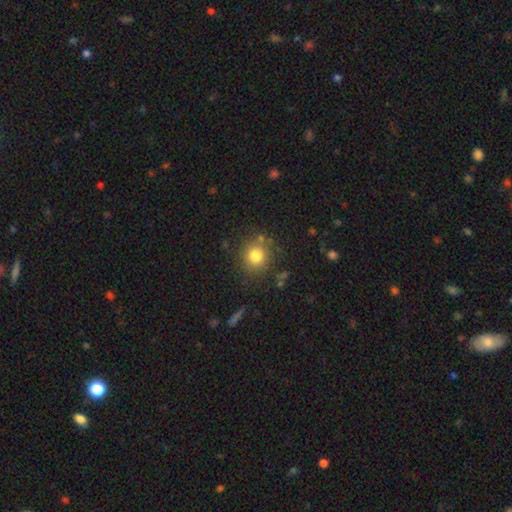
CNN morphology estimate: The model was most divided on "smooth or featured": smooth: 80%, star or artifact: 12%, featured or disk: 8%. More confident: how rounded — round (88%); merging — none (81%).